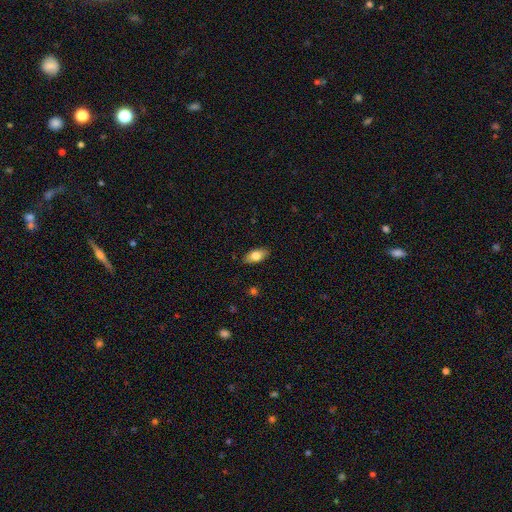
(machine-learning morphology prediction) Overall: smooth (76%). How rounded: in between (88%). Merging: none (87%).